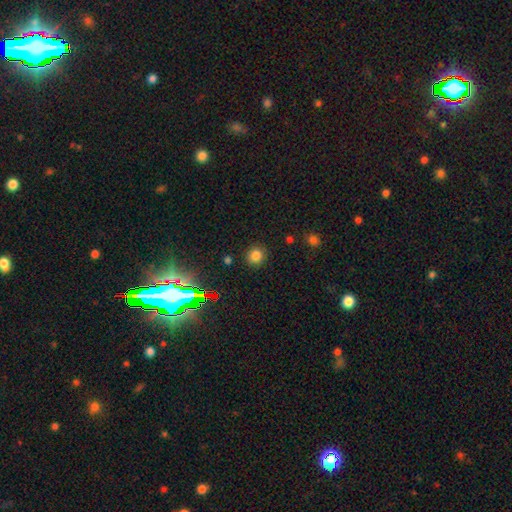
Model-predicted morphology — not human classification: Overall: smooth (79%). How rounded: round (89%). Merging: none (89%).